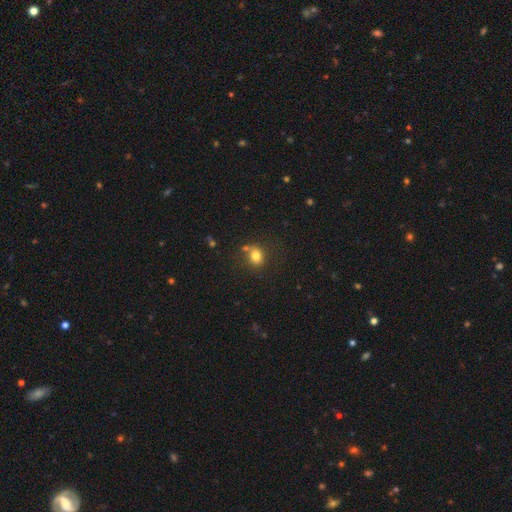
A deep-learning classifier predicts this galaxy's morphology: Q: Smooth or featured?
A: smooth (80%); runner-up: star or artifact (12%)
Q: How rounded?
A: round (55%); runner-up: in between (44%)
Q: Merging?
A: none (66%); runner-up: minor disturbance (15%)